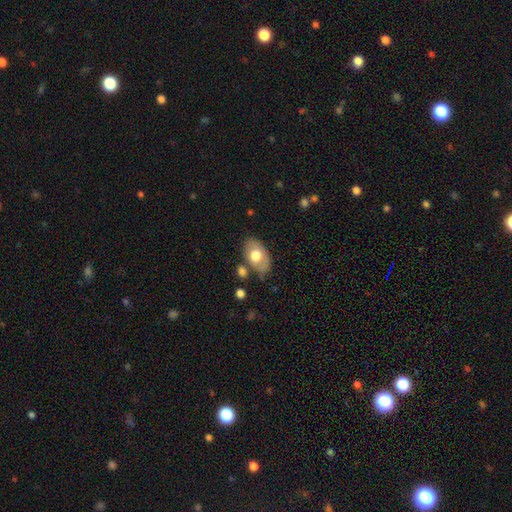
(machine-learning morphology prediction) The model was most divided on "smooth or featured": smooth: 66%, featured or disk: 28%, star or artifact: 6%. More confident: how rounded — in between (90%); merging — none (68%).